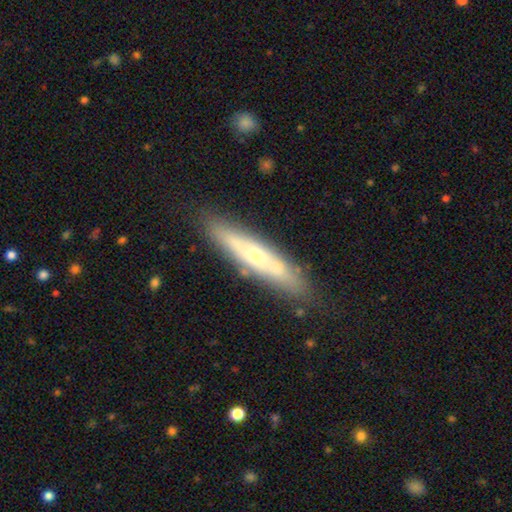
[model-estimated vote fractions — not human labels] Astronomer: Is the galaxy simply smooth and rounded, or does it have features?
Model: featured or disk — 57% (runner-up: smooth, 37%).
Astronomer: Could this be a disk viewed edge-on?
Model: yes — 66%.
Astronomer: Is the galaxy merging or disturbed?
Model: none — 82%.